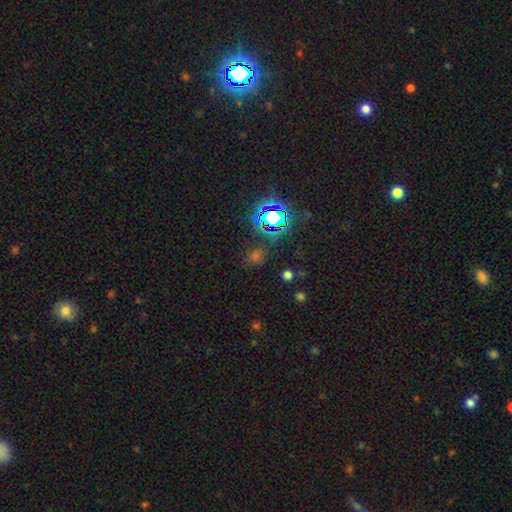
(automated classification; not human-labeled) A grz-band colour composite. It shows a star or artifact, not a galaxy (57%).